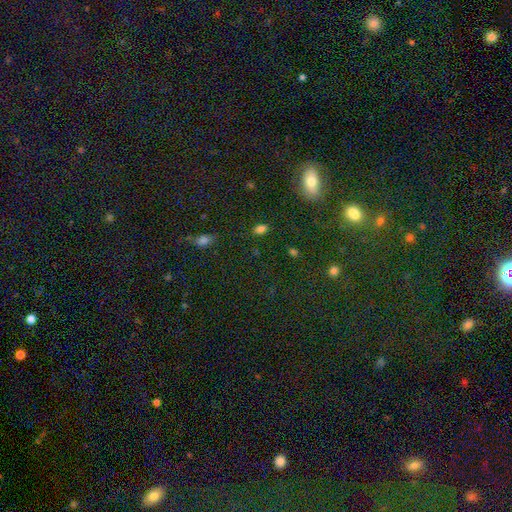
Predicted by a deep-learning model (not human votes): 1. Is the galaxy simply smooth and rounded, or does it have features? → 56% star or artifact, 34% smooth, 9% featured or disk.